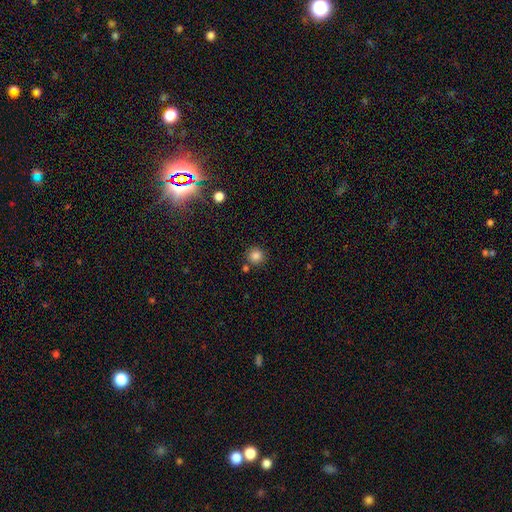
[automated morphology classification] A smooth galaxy with no disk features (84%) that is round (93%).

Vote fractions:
- Smooth or featured? smooth: 84% / star or artifact: 12% / featured or disk: 4%
- How rounded? round: 93% / in between: 6% / cigar-shaped: 1%
- Merging? none: 81% / minor disturbance: 9% / merger: 7% / major disturbance: 3%